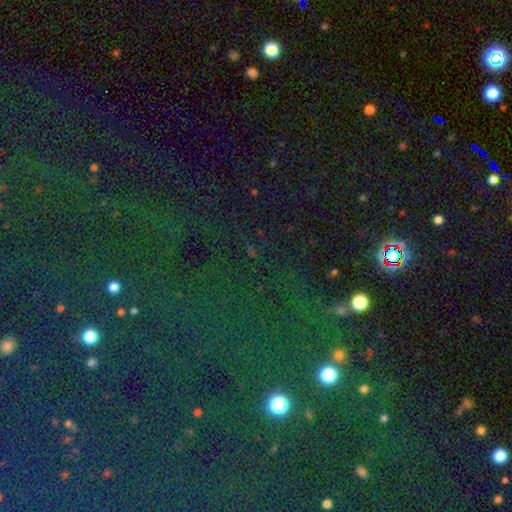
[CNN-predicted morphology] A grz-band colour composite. It shows a star or artifact, not a galaxy (77%).